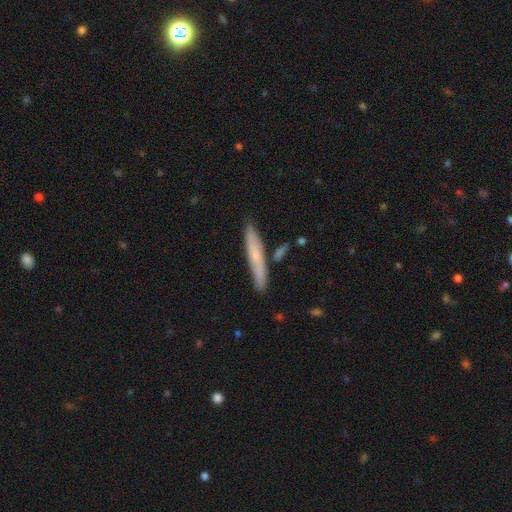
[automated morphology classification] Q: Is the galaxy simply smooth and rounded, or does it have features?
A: smooth — 57%.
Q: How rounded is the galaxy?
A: cigar-shaped — 94%.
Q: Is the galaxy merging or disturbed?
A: none — 81%.